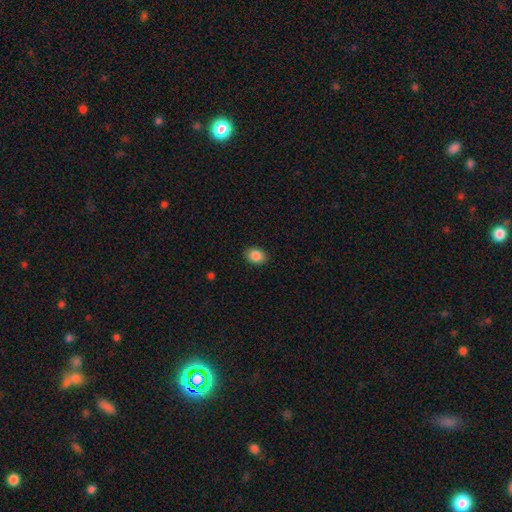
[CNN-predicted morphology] A smooth galaxy with no disk features (87%) that is in between round and cigar-shaped (66%). Merging: none (89%).